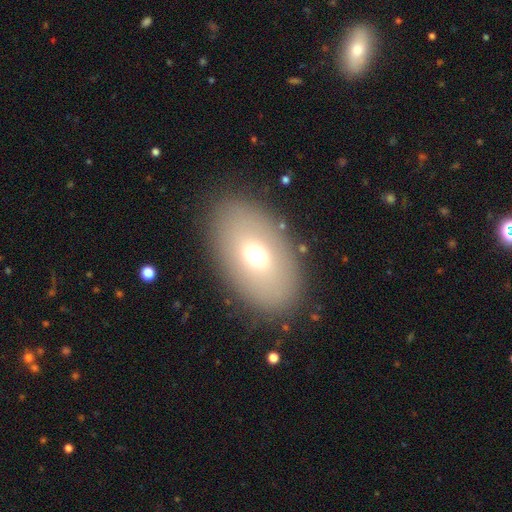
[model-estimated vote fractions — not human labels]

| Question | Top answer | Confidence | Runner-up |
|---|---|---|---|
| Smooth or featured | smooth | 64% | featured or disk (25%) |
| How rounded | in between | 88% | round (10%) |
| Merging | none | 86% | minor disturbance (9%) |